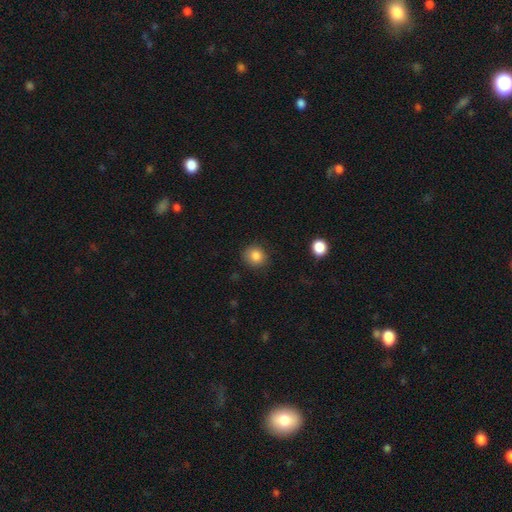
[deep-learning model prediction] smooth_or_featured: smooth (p=0.85) [alt: star or artifact p=0.10]
how_rounded: round (p=0.85) [alt: in between p=0.14]
merging: none (p=0.85) [alt: minor disturbance p=0.11]